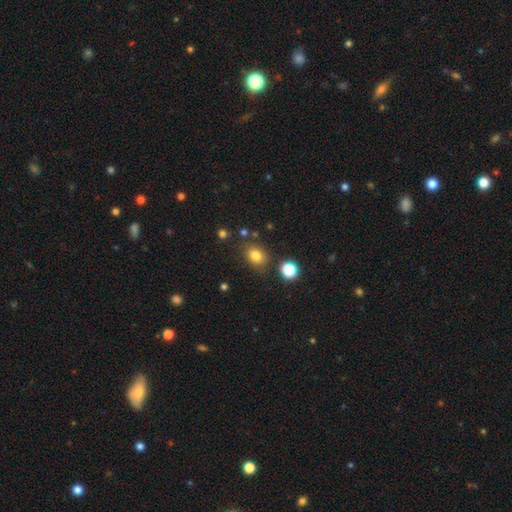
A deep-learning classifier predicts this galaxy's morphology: A smooth galaxy with no disk features (80%) that is in between round and cigar-shaped (52%).

Vote fractions:
- Smooth or featured? smooth: 80% / star or artifact: 13% / featured or disk: 7%
- How rounded? in between: 52% / round: 47% / cigar-shaped: 1%
- Merging? none: 78% / minor disturbance: 12% / merger: 6% / major disturbance: 4%